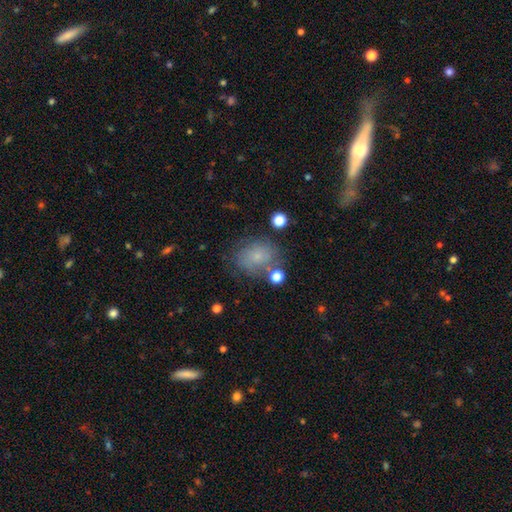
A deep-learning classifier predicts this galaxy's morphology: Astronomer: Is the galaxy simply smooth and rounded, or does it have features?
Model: smooth — 64%.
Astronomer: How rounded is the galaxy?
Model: round — 53% (runner-up: in between, 46%).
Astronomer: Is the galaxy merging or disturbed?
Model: none — 63%.